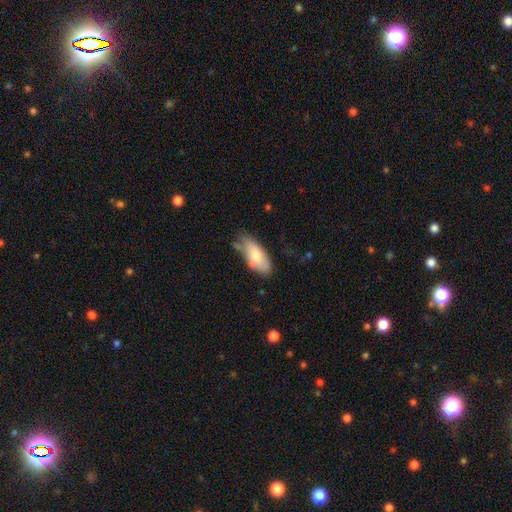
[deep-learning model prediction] Smooth or featured: smooth — 71% (featured or disk — 23%)
How rounded: in between — 86% (cigar-shaped — 11%)
Merging: none — 57% (minor disturbance — 29%)